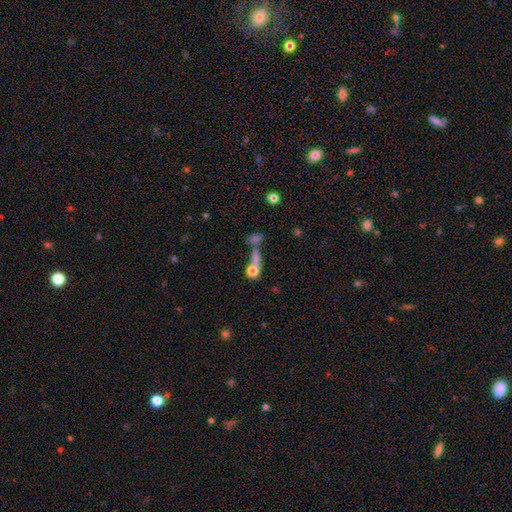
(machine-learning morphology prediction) Smooth or featured?
  - smooth: 48% *
  - star or artifact: 30%
  - featured or disk: 22%
Merging?
  - none: 43% *
  - merger: 38%
  - minor disturbance: 10%
  - major disturbance: 9%